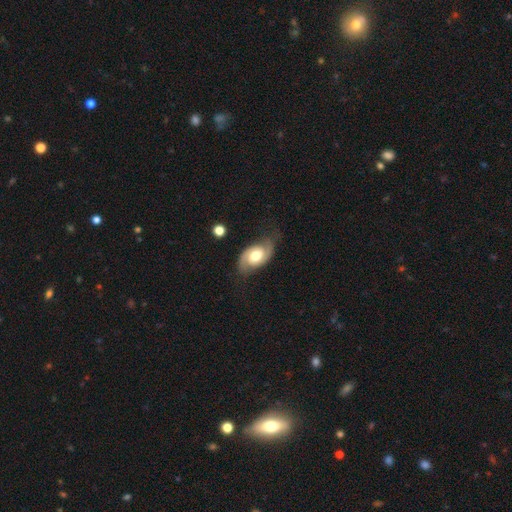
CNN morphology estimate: smooth-or-featured: featured or disk: 72% | smooth: 22% | star or artifact: 6%
  disk-edge-on: no: 96% | yes: 4%
    bar: no: 57% | weak: 35% | strong: 9%
    has-spiral-arms: yes: 90% | no: 10%
      spiral-winding: medium: 47% | tight: 28% | loose: 25%
      spiral-arm-count: 2: 89% | can't tell: 6% | 1: 3% | 3: 1% | 4: 1% | more than 4: 1%
    bulge-size: moderate: 65% | large: 24% | small: 7% | dominant: 2% | none: 1%
  merging: none: 67% | minor disturbance: 23% | major disturbance: 8% | merger: 2%